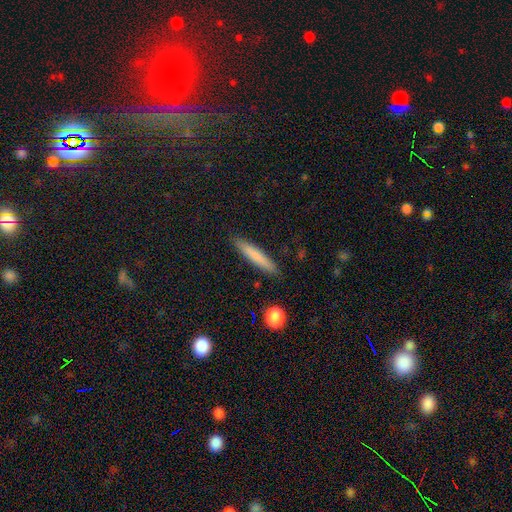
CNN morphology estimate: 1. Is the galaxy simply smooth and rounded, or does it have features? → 73% smooth, 21% featured or disk, 6% star or artifact.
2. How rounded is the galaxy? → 93% cigar-shaped, 6% in between, 1% round.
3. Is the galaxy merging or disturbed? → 89% none, 8% minor disturbance, 2% major disturbance, 2% merger.